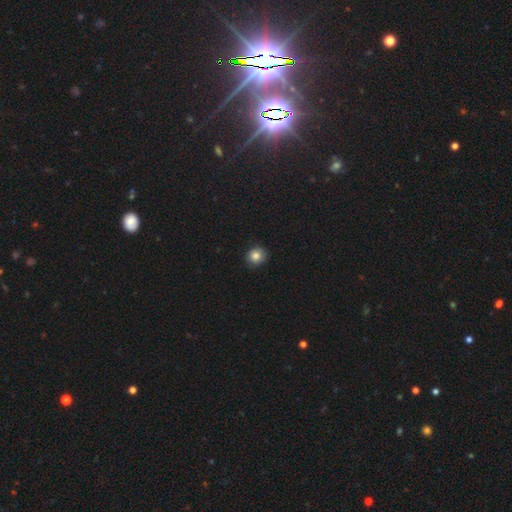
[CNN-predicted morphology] smooth 84%, star or artifact 10%, featured or disk 5%. Down the decision tree: how rounded — round (86%); merging — none (86%).